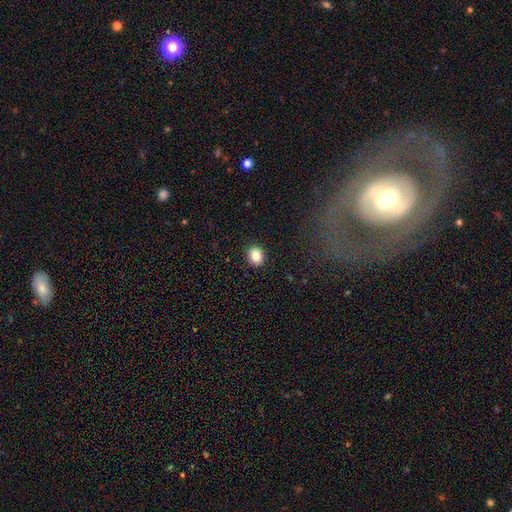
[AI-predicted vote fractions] This appears to be a smooth galaxy with no disk features (83%) that is round (62%). Merging: none (91%).